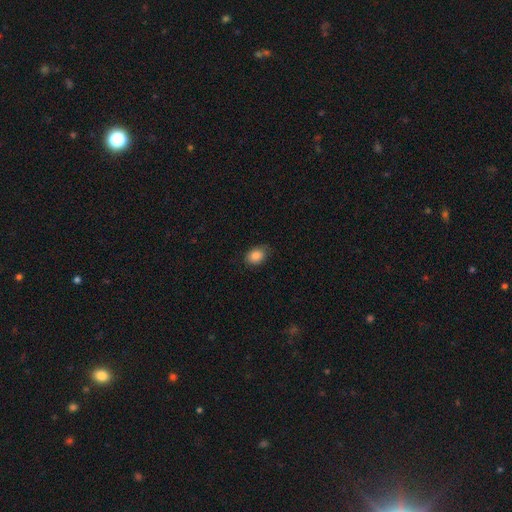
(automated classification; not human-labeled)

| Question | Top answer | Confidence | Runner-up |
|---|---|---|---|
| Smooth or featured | smooth | 86% | star or artifact (8%) |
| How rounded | in between | 72% | round (27%) |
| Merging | none | 77% | minor disturbance (19%) |